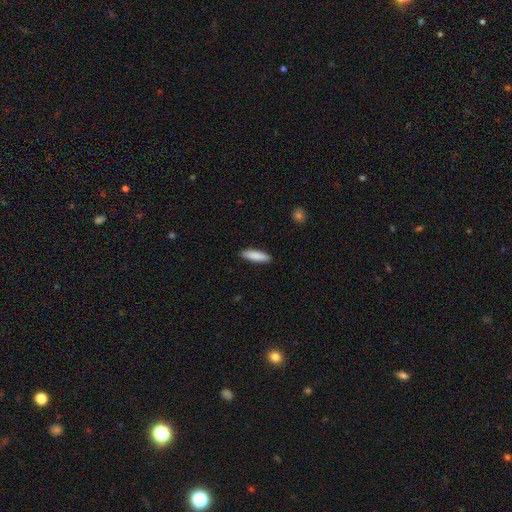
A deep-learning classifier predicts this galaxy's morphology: type=smooth (87%); roundness=cigar-shaped (68%); merging=none (91%).